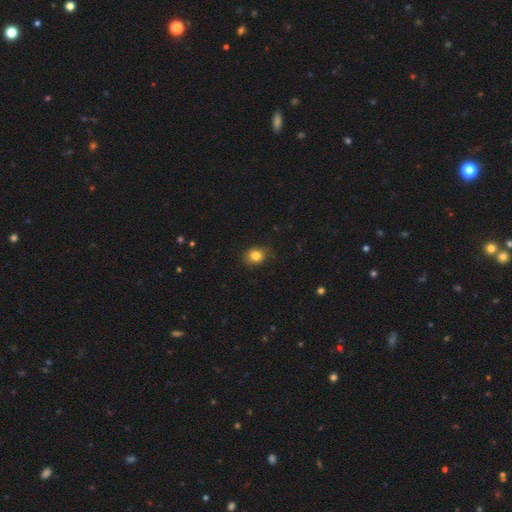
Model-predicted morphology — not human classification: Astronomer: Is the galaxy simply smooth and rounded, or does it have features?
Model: smooth — 82%.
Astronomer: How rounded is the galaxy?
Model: round — 57% (runner-up: in between, 42%).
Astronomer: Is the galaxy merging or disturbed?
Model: none — 83%.